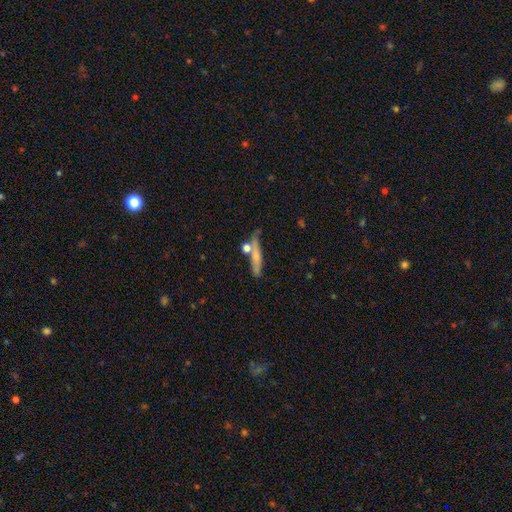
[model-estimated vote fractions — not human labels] This is possibly a smooth galaxy (56%). How rounded: clearly cigar-shaped (86%). Merging: possibly none (58%).